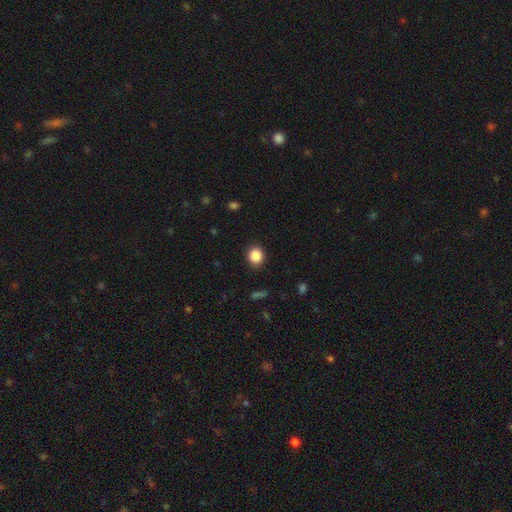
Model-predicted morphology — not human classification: Smooth or featured: smooth — 87% (star or artifact — 10%)
How rounded: round — 80% (in between — 19%)
Merging: none — 90% (minor disturbance — 7%)